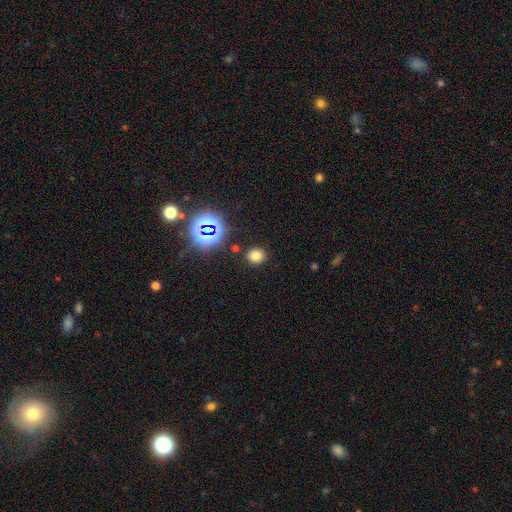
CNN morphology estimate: A smooth galaxy with no disk features (73%) that is round (76%).

Vote fractions:
- Smooth or featured? smooth: 73% / star or artifact: 21% / featured or disk: 6%
- How rounded? round: 76% / in between: 23% / cigar-shaped: 1%
- Merging? none: 87% / minor disturbance: 7% / major disturbance: 3% / merger: 3%